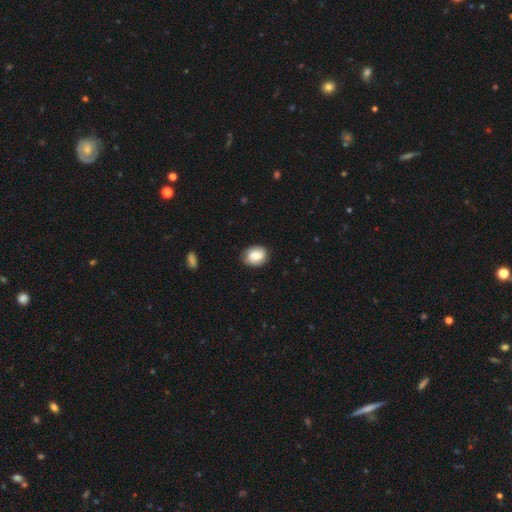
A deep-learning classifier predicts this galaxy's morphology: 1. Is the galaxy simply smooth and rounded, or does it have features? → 60% smooth, 32% featured or disk, 8% star or artifact.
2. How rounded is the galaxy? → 50% round, 49% in between, 1% cigar-shaped.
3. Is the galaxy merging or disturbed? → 77% none, 17% minor disturbance, 4% major disturbance, 1% merger.